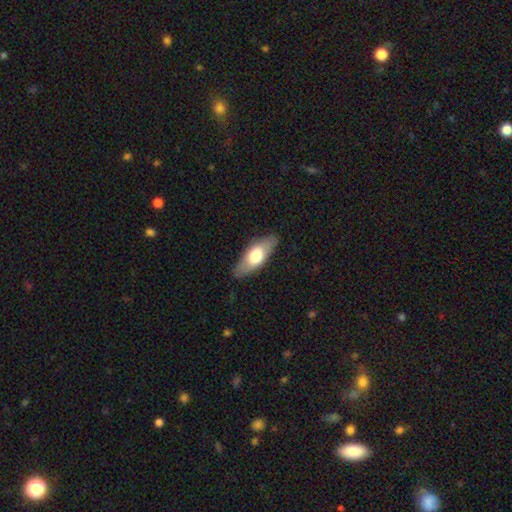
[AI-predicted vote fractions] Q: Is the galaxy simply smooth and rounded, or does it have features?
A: smooth — 61%.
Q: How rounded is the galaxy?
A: in between — 74%.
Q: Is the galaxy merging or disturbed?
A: none — 84%.